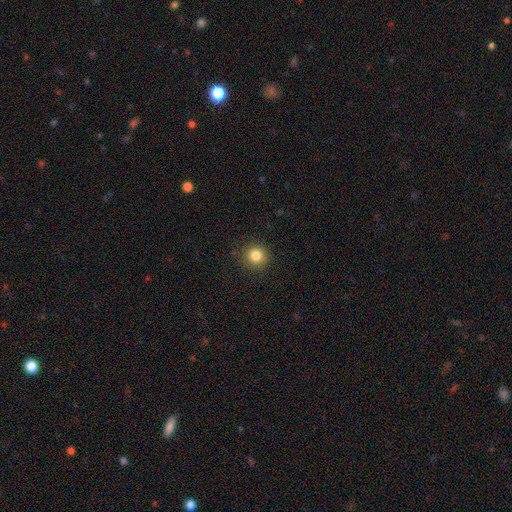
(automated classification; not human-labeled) Smooth or featured? smooth (83%)
How rounded? round (92%)
Merging? none (89%)